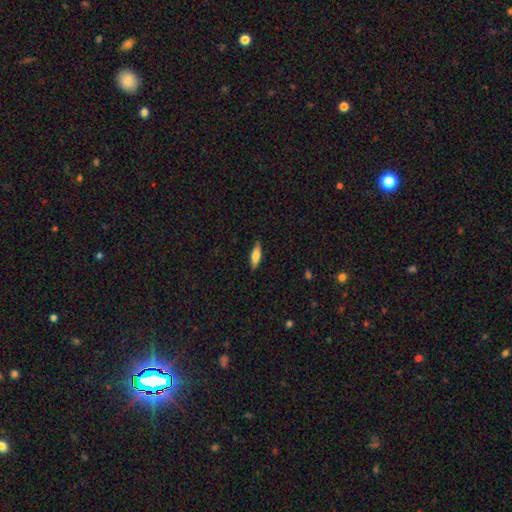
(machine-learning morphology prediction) A smooth galaxy with no disk features (75%) that is in between round and cigar-shaped (54%).

Vote fractions:
- Smooth or featured? smooth: 75% / featured or disk: 18% / star or artifact: 6%
- How rounded? in between: 54% / cigar-shaped: 44% / round: 2%
- Merging? none: 87% / minor disturbance: 10% / major disturbance: 2% / merger: 1%